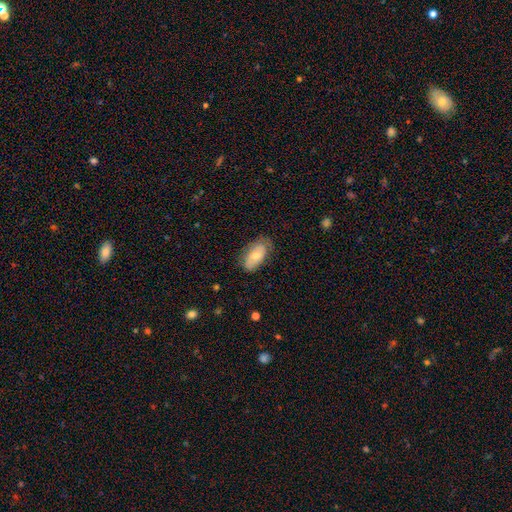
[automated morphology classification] Smooth or featured?
  - smooth: 70% *
  - featured or disk: 24%
  - star or artifact: 6%
How rounded?
  - in between: 93% *
  - cigar-shaped: 4%
  - round: 3%
Merging?
  - none: 69% *
  - minor disturbance: 24%
  - major disturbance: 6%
  - merger: 1%